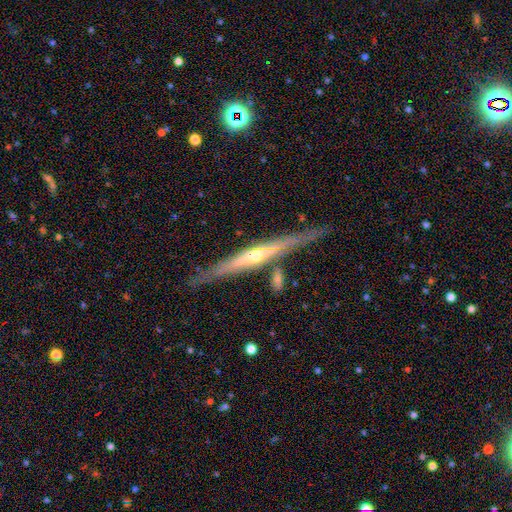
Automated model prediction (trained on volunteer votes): Smooth or featured: featured or disk — 80% (smooth — 14%)
Edge-on disk: yes — 96% (no — 4%)
Edge-on bulge: rounded — 72% (none — 23%)
Merging: none — 82% (minor disturbance — 11%)